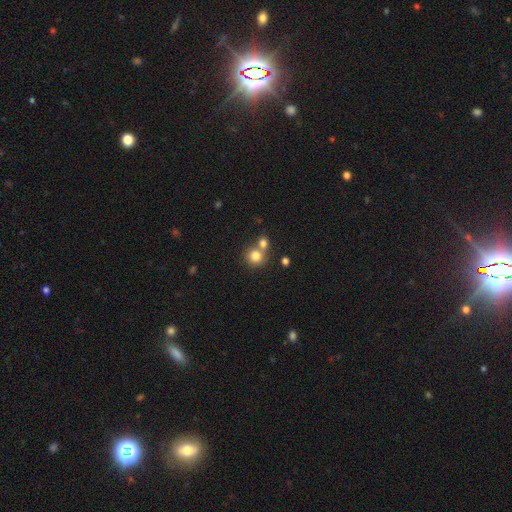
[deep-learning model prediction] A smooth galaxy with no disk features (80%) that is round (87%). Merging: none (53%).